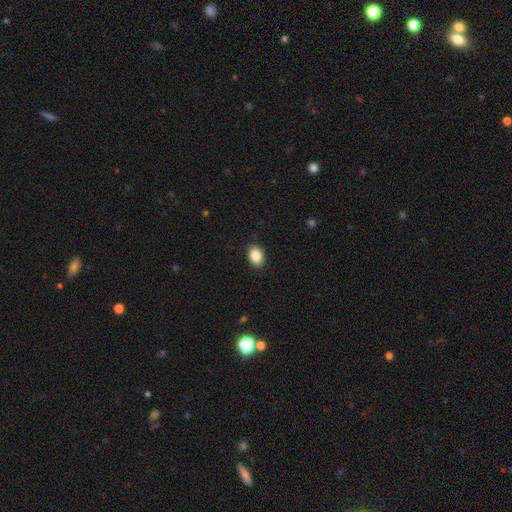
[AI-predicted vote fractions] smooth 87%, star or artifact 8%, featured or disk 5%. Down the decision tree: how rounded — in between (72%); merging — none (90%).